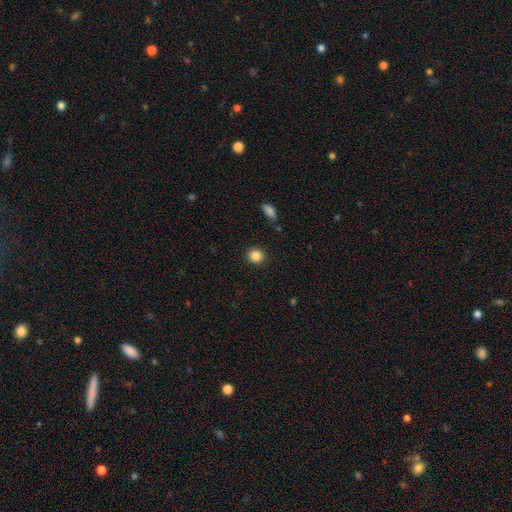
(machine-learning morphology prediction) type=smooth (86%); roundness=round (87%); merging=none (90%).